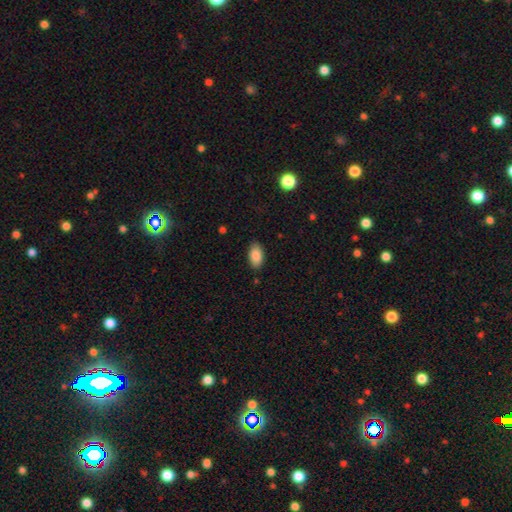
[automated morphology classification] smooth_or_featured: smooth (p=0.86) [alt: star or artifact p=0.07]
how_rounded: in between (p=0.94) [alt: round p=0.03]
merging: none (p=0.86) [alt: minor disturbance p=0.11]